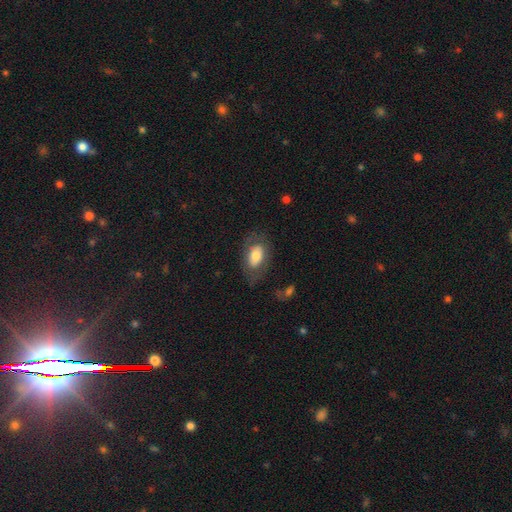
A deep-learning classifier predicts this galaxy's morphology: Q: Smooth or featured?
A: smooth (65%); runner-up: featured or disk (28%)
Q: How rounded?
A: in between (90%); runner-up: round (8%)
Q: Merging?
A: none (64%); runner-up: minor disturbance (20%)